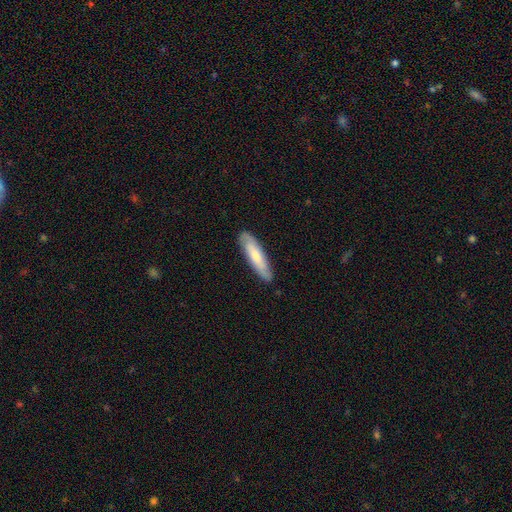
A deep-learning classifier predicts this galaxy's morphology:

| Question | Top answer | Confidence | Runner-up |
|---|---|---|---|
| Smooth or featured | smooth | 62% | featured or disk (33%) |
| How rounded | cigar-shaped | 73% | in between (26%) |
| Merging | none | 86% | minor disturbance (11%) |